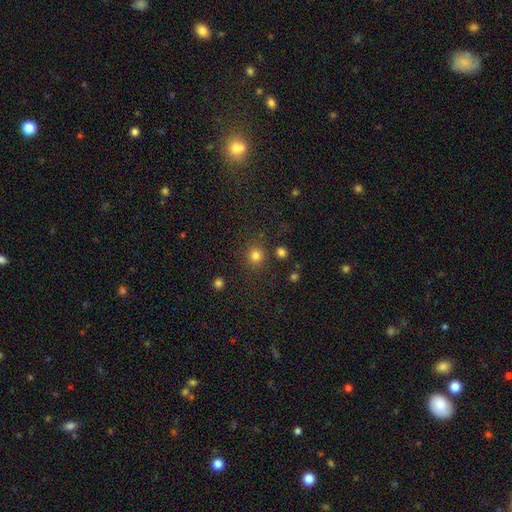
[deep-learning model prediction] The model was most divided on "smooth or featured": smooth: 80%, star or artifact: 15%, featured or disk: 5%. More confident: how rounded — round (89%); merging — none (82%).